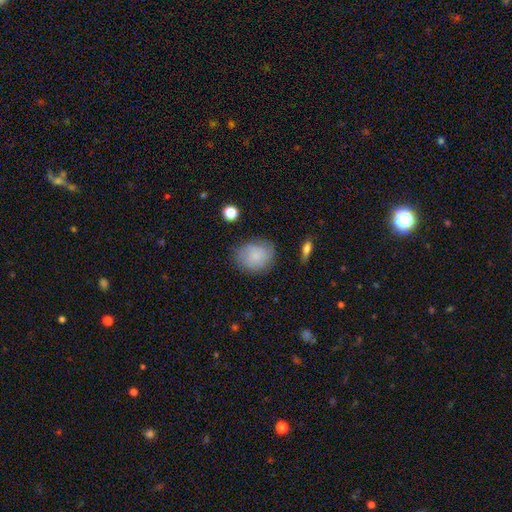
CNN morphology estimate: This appears to be a smooth galaxy with no disk features (61%) that is round (59%). Merging: none (73%).